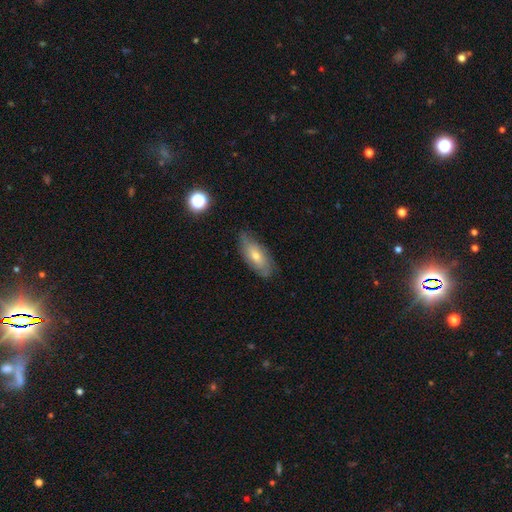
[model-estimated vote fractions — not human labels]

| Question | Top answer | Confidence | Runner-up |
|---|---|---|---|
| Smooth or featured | smooth | 48% | featured or disk (44%) |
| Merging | none | 74% | minor disturbance (20%) |